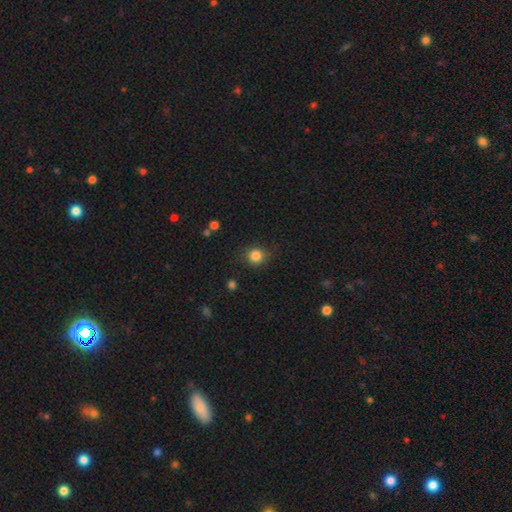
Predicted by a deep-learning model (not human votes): Q: Smooth or featured?
A: smooth (84%); runner-up: star or artifact (11%)
Q: How rounded?
A: round (86%); runner-up: in between (13%)
Q: Merging?
A: none (83%); runner-up: minor disturbance (12%)